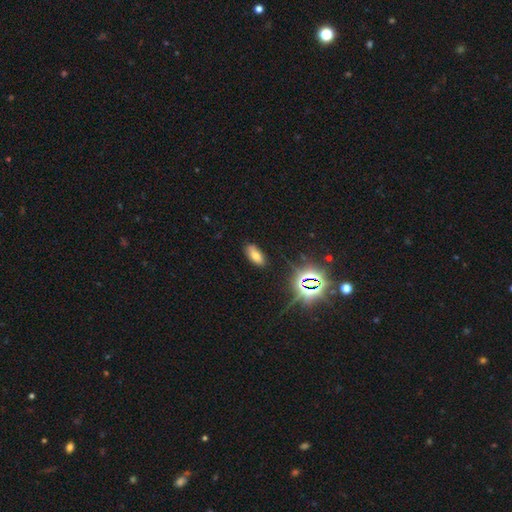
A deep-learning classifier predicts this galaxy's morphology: A smooth galaxy with no disk features (64%) that is in between round and cigar-shaped (86%).

Vote fractions:
- Smooth or featured? smooth: 64% / star or artifact: 24% / featured or disk: 12%
- How rounded? in between: 86% / cigar-shaped: 10% / round: 3%
- Merging? none: 83% / minor disturbance: 12% / major disturbance: 3% / merger: 2%